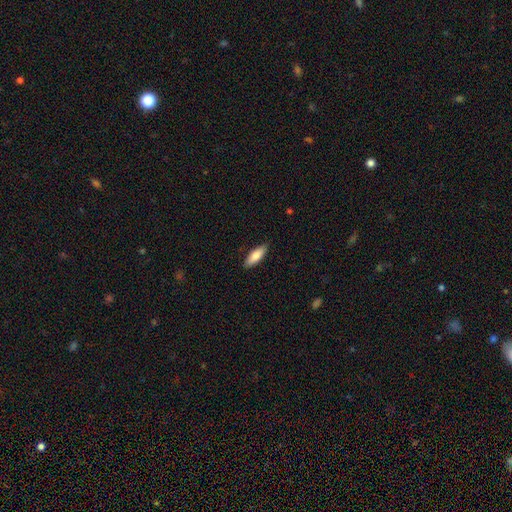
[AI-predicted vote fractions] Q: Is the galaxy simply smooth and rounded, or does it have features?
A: smooth — 79%.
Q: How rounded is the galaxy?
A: in between — 56%.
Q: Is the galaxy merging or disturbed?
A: none — 87%.